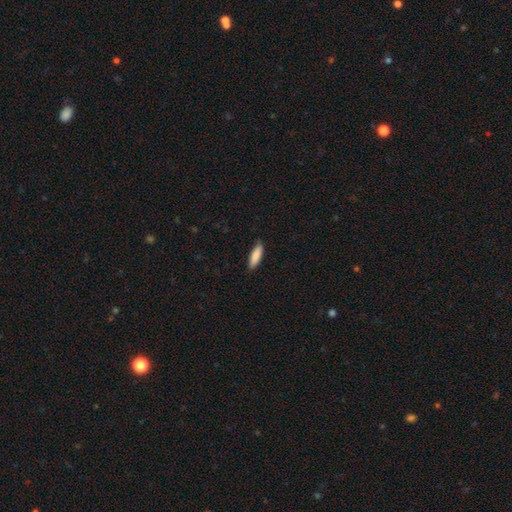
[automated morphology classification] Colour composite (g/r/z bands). It shows a smooth galaxy with no disk features (88%) that is cigar-shaped (57%). Merging: none (87%).